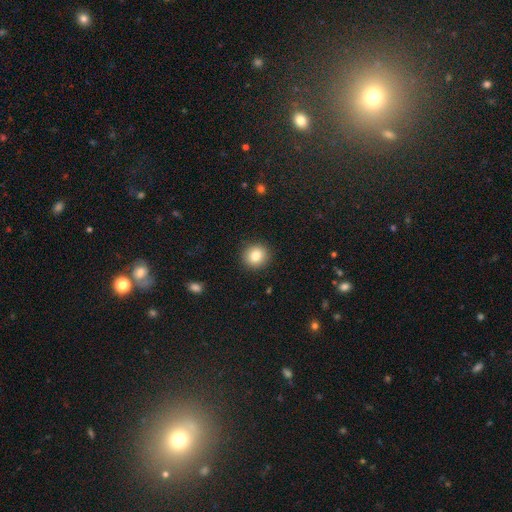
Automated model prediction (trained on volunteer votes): Smooth or featured?
  - smooth: 83% *
  - star or artifact: 10%
  - featured or disk: 8%
How rounded?
  - round: 89% *
  - in between: 10%
  - cigar-shaped: 1%
Merging?
  - none: 91% *
  - minor disturbance: 6%
  - major disturbance: 2%
  - merger: 1%